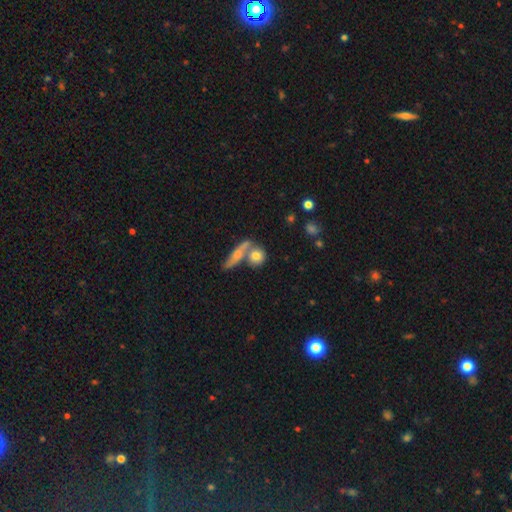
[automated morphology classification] Q: Smooth or featured?
A: smooth (72%); runner-up: featured or disk (20%)
Q: How rounded?
A: round (70%); runner-up: in between (21%)
Q: Merging?
A: none (50%); runner-up: merger (35%)